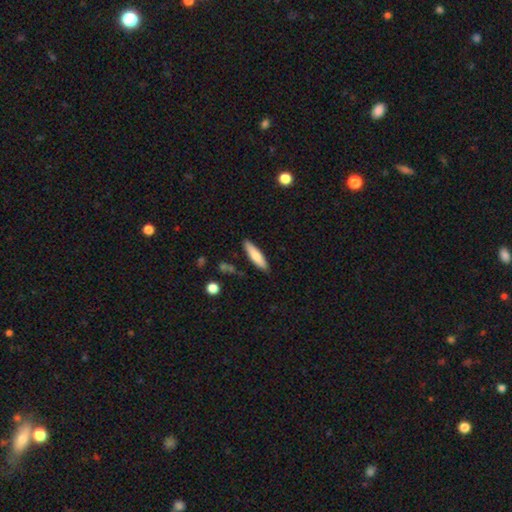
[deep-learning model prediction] Q: Smooth or featured?
A: smooth (75%); runner-up: featured or disk (19%)
Q: How rounded?
A: cigar-shaped (75%); runner-up: in between (24%)
Q: Merging?
A: none (86%); runner-up: minor disturbance (10%)